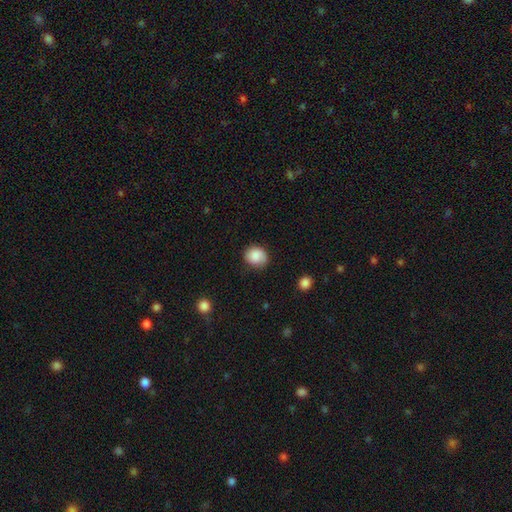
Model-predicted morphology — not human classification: Smooth or featured? Predicted: smooth (p=0.83). How rounded? Predicted: round (p=0.70). Merging? Predicted: none (p=0.72).